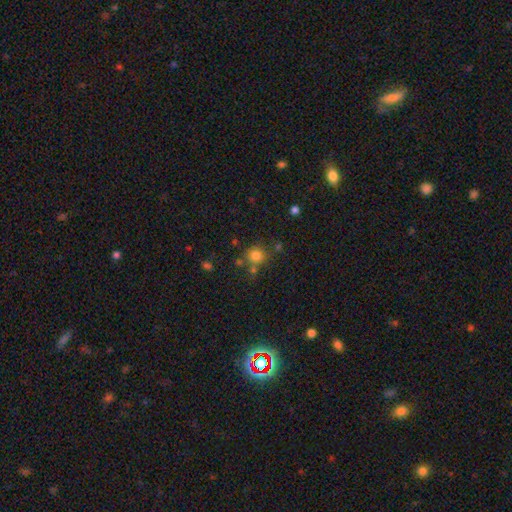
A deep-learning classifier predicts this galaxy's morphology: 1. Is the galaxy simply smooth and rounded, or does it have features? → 79% smooth, 14% star or artifact, 7% featured or disk.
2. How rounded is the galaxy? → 88% round, 11% in between, 1% cigar-shaped.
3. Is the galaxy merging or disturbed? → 71% none, 14% merger, 11% minor disturbance, 4% major disturbance.